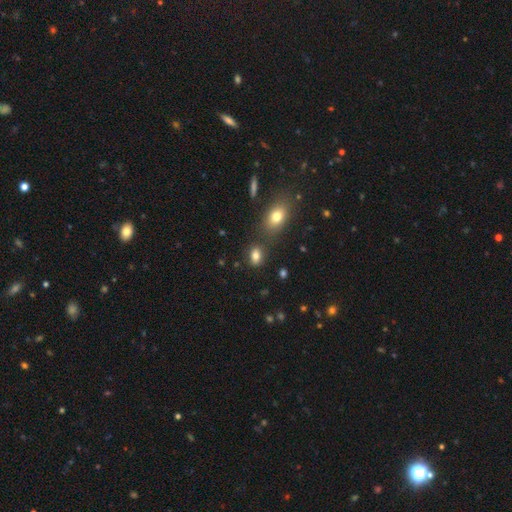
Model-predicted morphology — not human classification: smooth_or_featured: smooth (p=0.81) [alt: star or artifact p=0.11]
how_rounded: in between (p=0.80) [alt: round p=0.18]
merging: none (p=0.76) [alt: minor disturbance p=0.11]